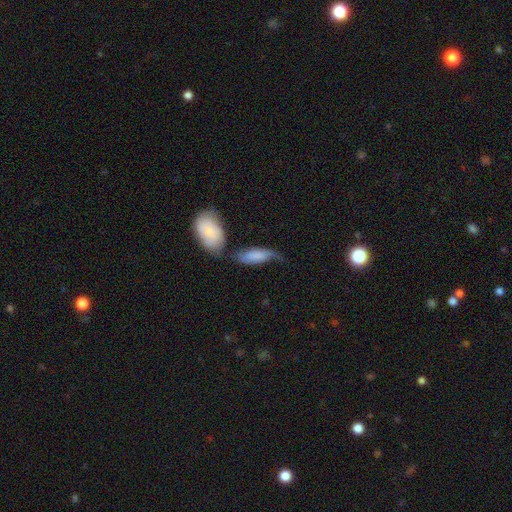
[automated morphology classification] smooth-or-featured: smooth: 63% | featured or disk: 30% | star or artifact: 7%
  how-rounded: in between: 74% | cigar-shaped: 23% | round: 3%
  merging: none: 33% | minor disturbance: 28% | merger: 21% | major disturbance: 19%